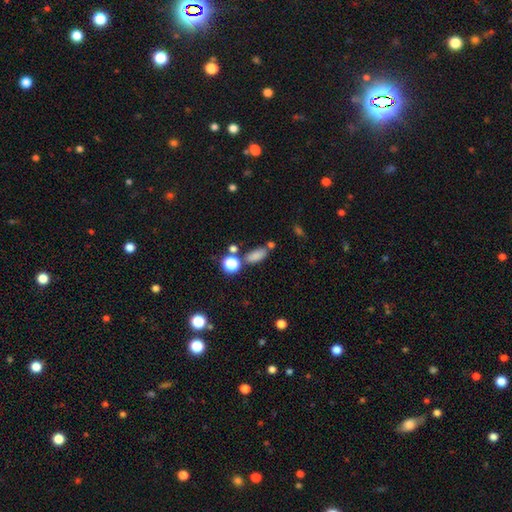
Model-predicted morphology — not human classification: Smooth or featured? smooth (78%)
How rounded? in between (79%)
Merging? none (65%)